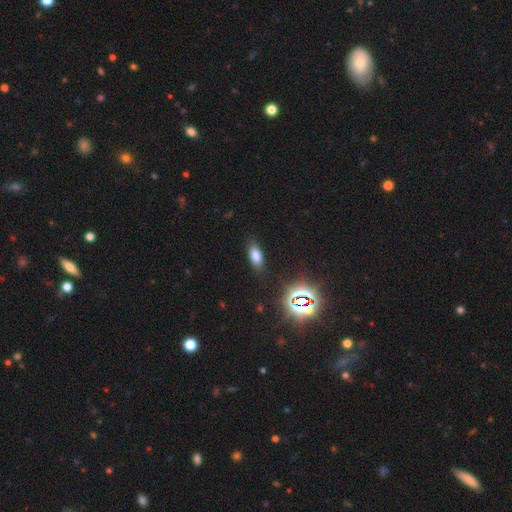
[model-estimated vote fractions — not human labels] Smooth or featured?
  - smooth: 73% *
  - star or artifact: 18%
  - featured or disk: 9%
How rounded?
  - in between: 82% *
  - cigar-shaped: 13%
  - round: 5%
Merging?
  - none: 84% *
  - minor disturbance: 12%
  - major disturbance: 3%
  - merger: 2%